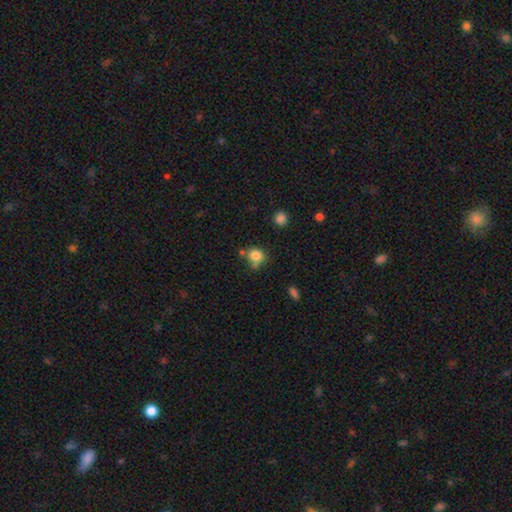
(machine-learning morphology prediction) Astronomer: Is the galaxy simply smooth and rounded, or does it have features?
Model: smooth — 81%.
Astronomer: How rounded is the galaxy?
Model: round — 69%.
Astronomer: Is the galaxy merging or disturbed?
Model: none — 57%.